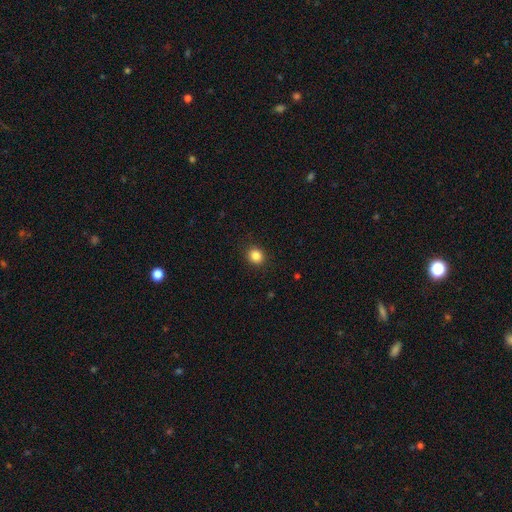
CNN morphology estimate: Q: Smooth or featured?
A: smooth (86%); runner-up: star or artifact (11%)
Q: How rounded?
A: round (81%); runner-up: in between (19%)
Q: Merging?
A: none (90%); runner-up: minor disturbance (7%)